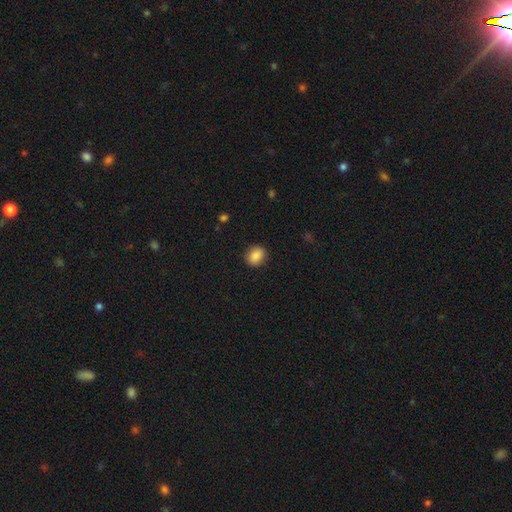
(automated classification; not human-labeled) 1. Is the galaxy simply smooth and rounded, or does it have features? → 87% smooth, 8% star or artifact, 5% featured or disk.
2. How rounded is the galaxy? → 57% round, 41% in between, 1% cigar-shaped.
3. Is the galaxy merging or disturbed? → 89% none, 8% minor disturbance, 2% major disturbance, 1% merger.